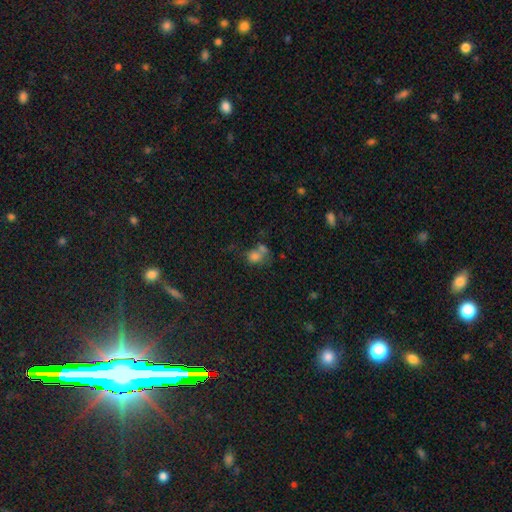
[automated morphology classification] type=smooth (71%); roundness=round (58%); merging=merger (48%).